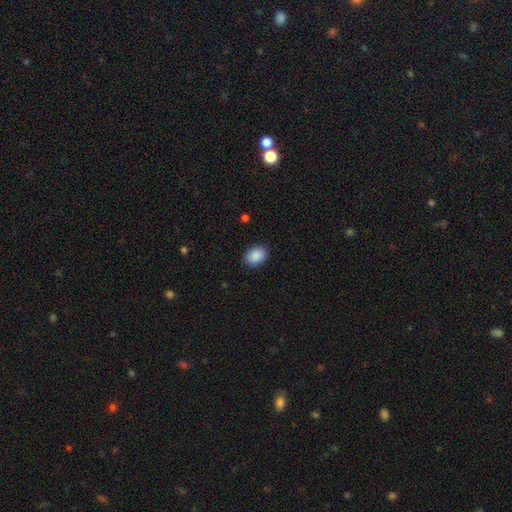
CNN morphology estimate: smooth-or-featured: smooth: 89% | star or artifact: 7% | featured or disk: 3%
  how-rounded: in between: 69% | round: 30% | cigar-shaped: 1%
  merging: none: 88% | minor disturbance: 9% | major disturbance: 2% | merger: 1%